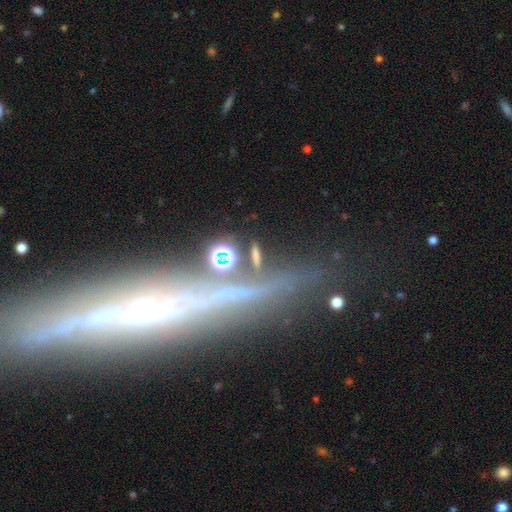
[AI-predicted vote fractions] smooth-or-featured: smooth: 46% | star or artifact: 27% | featured or disk: 27%
  merging: none: 70% | minor disturbance: 13% | merger: 9% | major disturbance: 8%